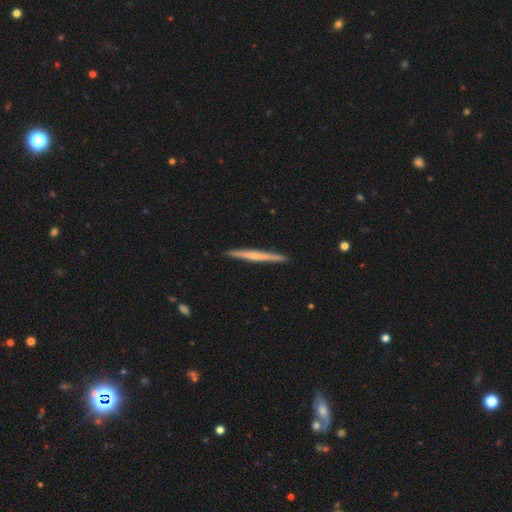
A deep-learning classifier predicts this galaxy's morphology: A featured or disk galaxy (59%) viewed edge-on (98%) with no central bulge (54%).

Vote fractions:
- Smooth or featured? featured or disk: 59% / smooth: 36% / star or artifact: 5%
- Edge-on disk? yes: 98% / no: 2%
- Edge-on bulge? none: 54% / rounded: 40% / boxy: 7%
- Merging? none: 92% / minor disturbance: 6% / major disturbance: 1% / merger: 1%